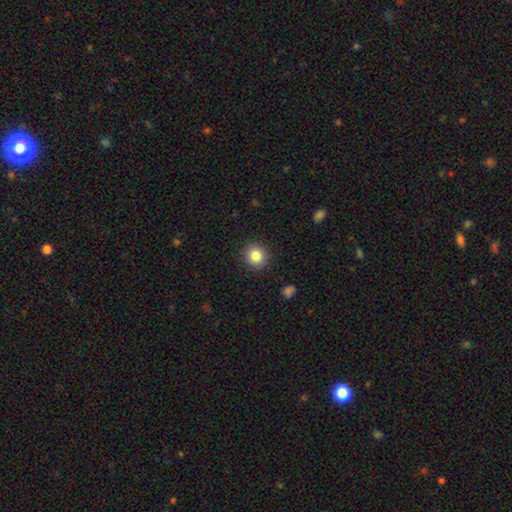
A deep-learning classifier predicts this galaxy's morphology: The model was most divided on "smooth or featured": smooth: 84%, star or artifact: 10%, featured or disk: 6%. More confident: merging — none (91%); how rounded — round (91%).